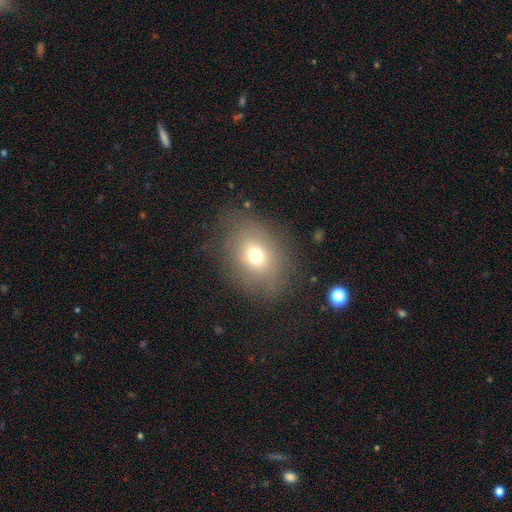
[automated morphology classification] type=smooth (69%); roundness=in between (58%); merging=none (75%).